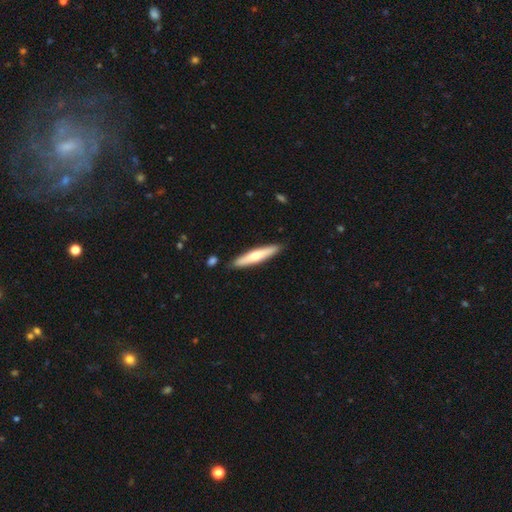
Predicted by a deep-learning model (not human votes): Smooth or featured? Predicted: smooth (p=0.56). How rounded? Predicted: cigar-shaped (p=0.89). Merging? Predicted: none (p=0.88).